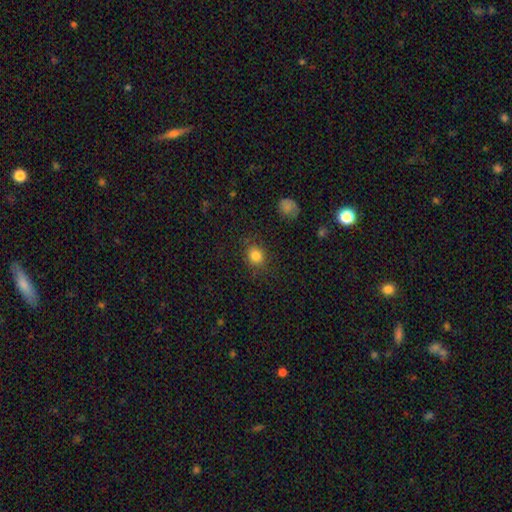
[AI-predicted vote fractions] A smooth galaxy with no disk features (82%) that is round (76%). Merging: none (82%).